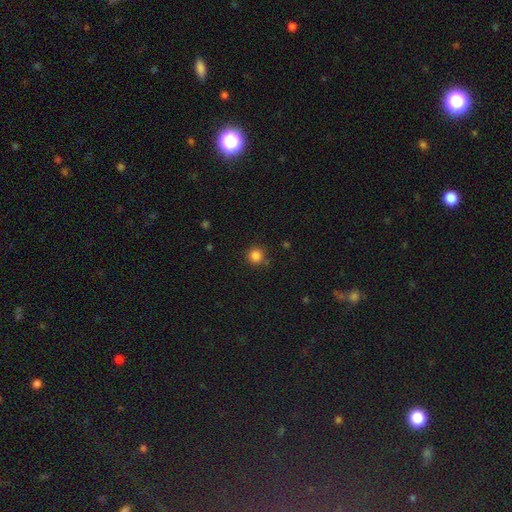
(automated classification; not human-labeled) A smooth galaxy with no disk features (85%) that is round (93%). Merging: none (85%).